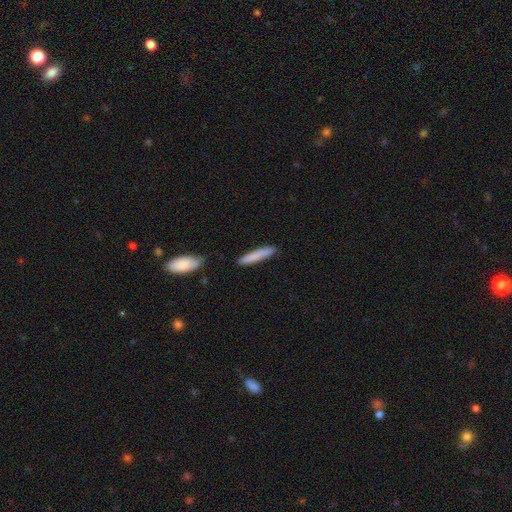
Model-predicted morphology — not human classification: smooth 81%, featured or disk 13%, star or artifact 6%. Down the decision tree: how rounded — cigar-shaped (90%); merging — none (84%).